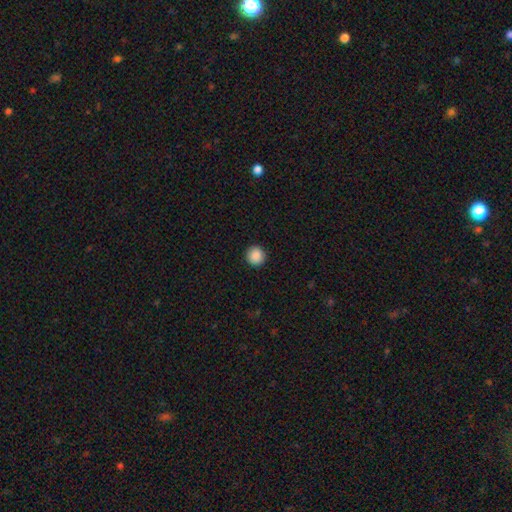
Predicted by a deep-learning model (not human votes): Morphology: type=smooth (89%); roundness=round (95%); merging=none (93%).